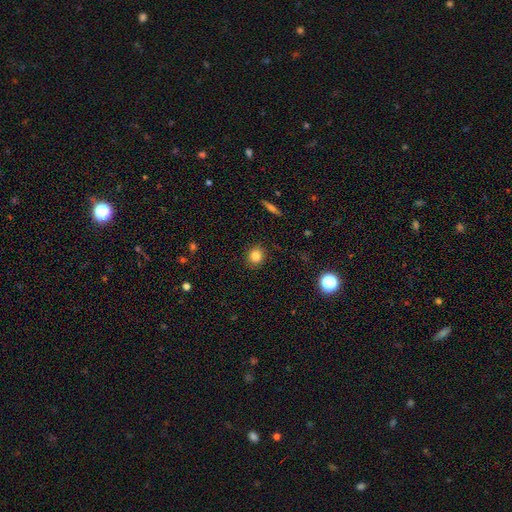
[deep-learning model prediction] Overall: smooth (84%). How rounded: round (83%). Merging: none (89%).